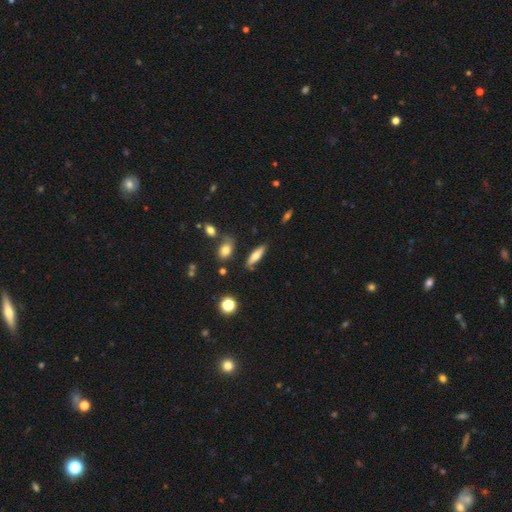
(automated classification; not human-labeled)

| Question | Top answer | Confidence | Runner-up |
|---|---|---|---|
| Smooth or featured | smooth | 66% | featured or disk (26%) |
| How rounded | cigar-shaped | 57% | in between (40%) |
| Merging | none | 76% | minor disturbance (16%) |